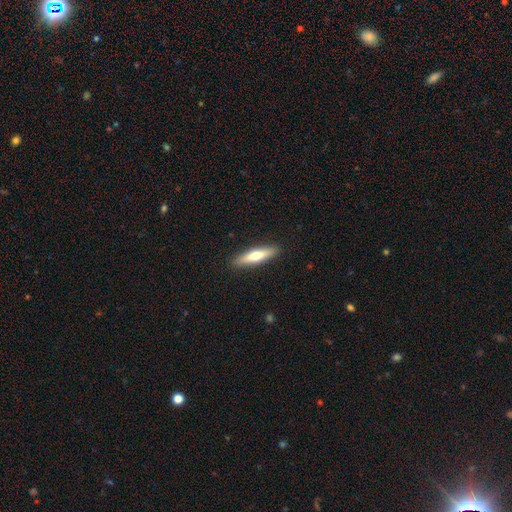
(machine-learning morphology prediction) This is likely a smooth galaxy (62%). How rounded: likely cigar-shaped (78%). Merging: clearly none (90%).